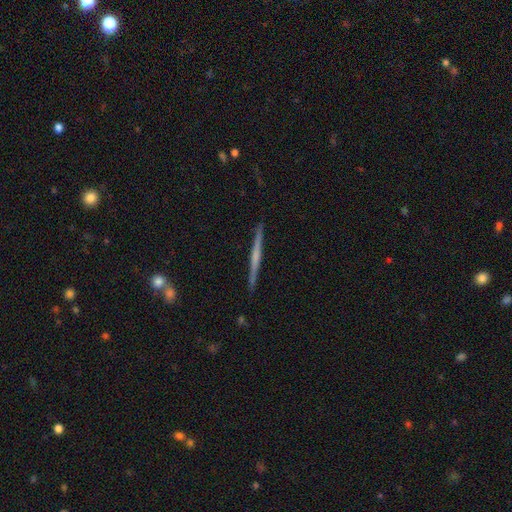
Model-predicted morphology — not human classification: Smooth or featured: featured or disk — 67% (smooth — 27%)
Edge-on disk: yes — 98% (no — 2%)
Edge-on bulge: none — 56% (rounded — 32%)
Merging: none — 92% (minor disturbance — 6%)